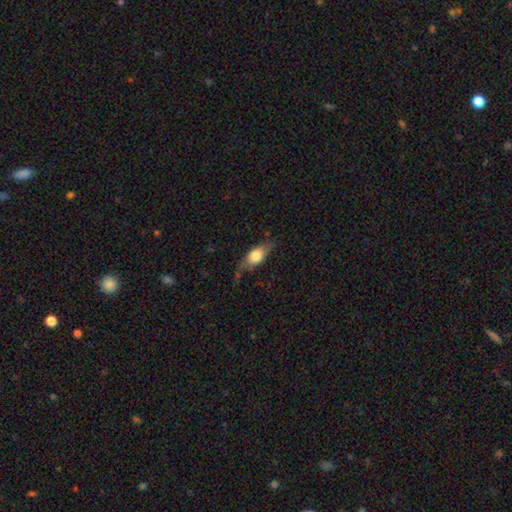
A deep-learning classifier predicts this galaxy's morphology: Smooth or featured: smooth — 65% (featured or disk — 29%)
How rounded: in between — 74% (cigar-shaped — 20%)
Merging: none — 65% (minor disturbance — 25%)